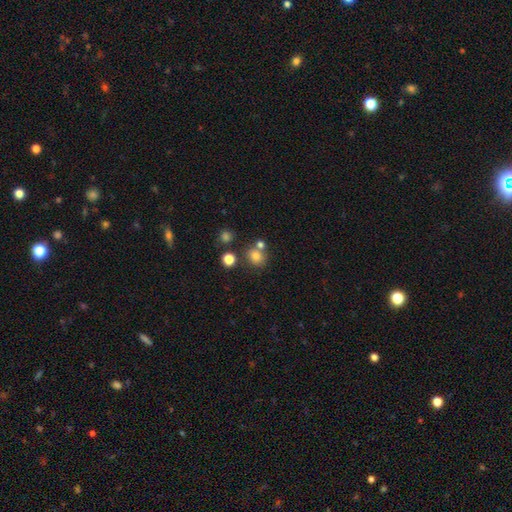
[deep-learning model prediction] Morphology: type=smooth (77%); roundness=round (75%); merging=none (64%).